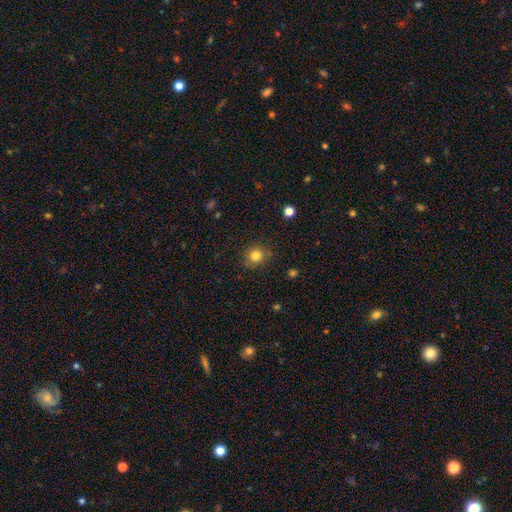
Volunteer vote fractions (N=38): Smooth or featured: smooth — 89% (star or artifact — 8%)
How rounded: round — 85% (in between — 15%)
Merging: none — 74% (minor disturbance — 23%)